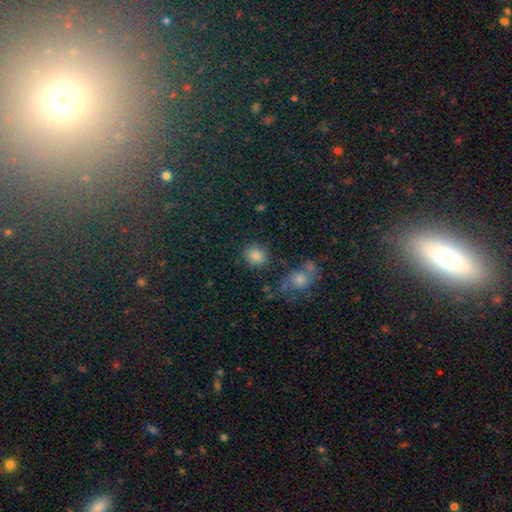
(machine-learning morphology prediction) Smooth or featured: smooth — 79% (star or artifact — 14%)
How rounded: round — 70% (in between — 29%)
Merging: none — 79% (minor disturbance — 11%)